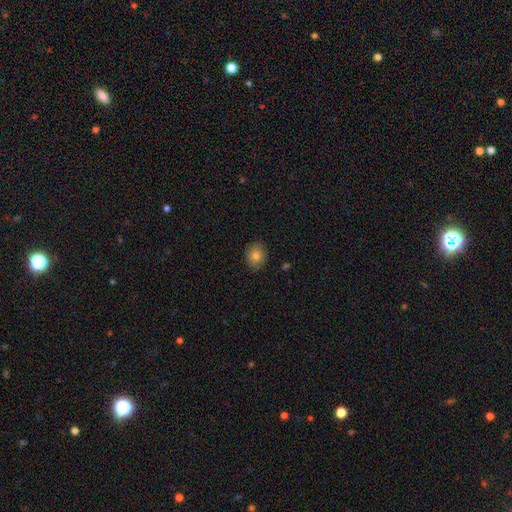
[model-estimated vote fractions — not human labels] smooth-or-featured: smooth: 80% | featured or disk: 10% | star or artifact: 9%
  how-rounded: round: 55% | in between: 44% | cigar-shaped: 1%
  merging: none: 86% | minor disturbance: 11% | major disturbance: 2% | merger: 1%